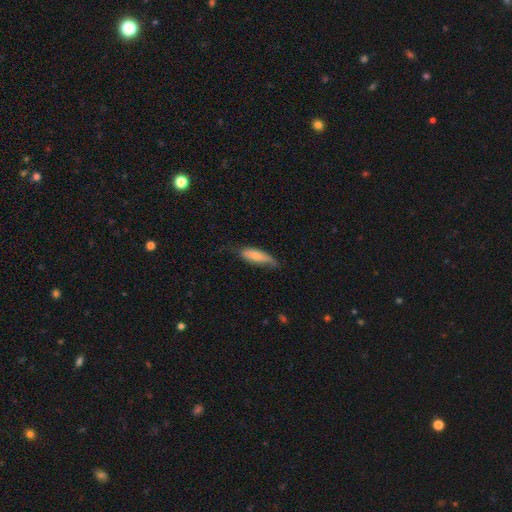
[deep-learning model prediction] Overall: smooth (68%). How rounded: in between (54%; cigar-shaped 44%). Merging: none (52%; minor disturbance 34%).